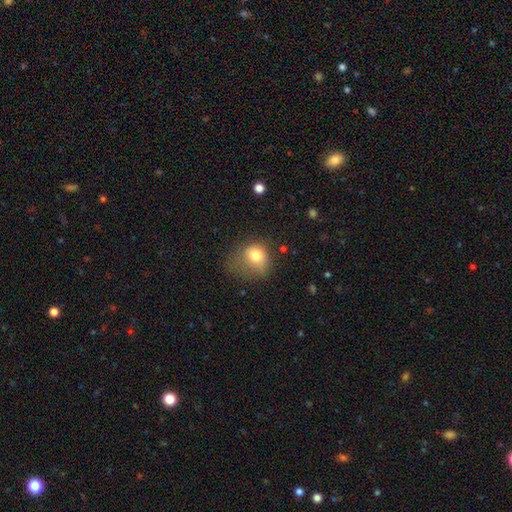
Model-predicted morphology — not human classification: smooth-or-featured: smooth: 75% | featured or disk: 14% | star or artifact: 11%
  how-rounded: round: 59% | in between: 40% | cigar-shaped: 1%
  merging: major disturbance: 36% | minor disturbance: 32% | none: 29% | merger: 3%